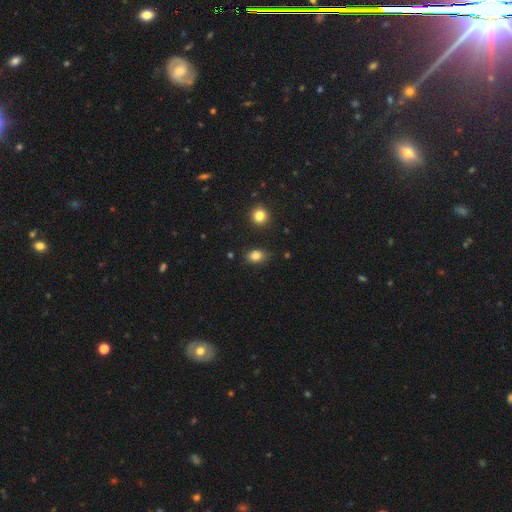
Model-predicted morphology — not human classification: smooth-or-featured: smooth: 83% | star or artifact: 11% | featured or disk: 6%
  how-rounded: in between: 77% | round: 21% | cigar-shaped: 2%
  merging: none: 79% | minor disturbance: 16% | major disturbance: 3% | merger: 2%